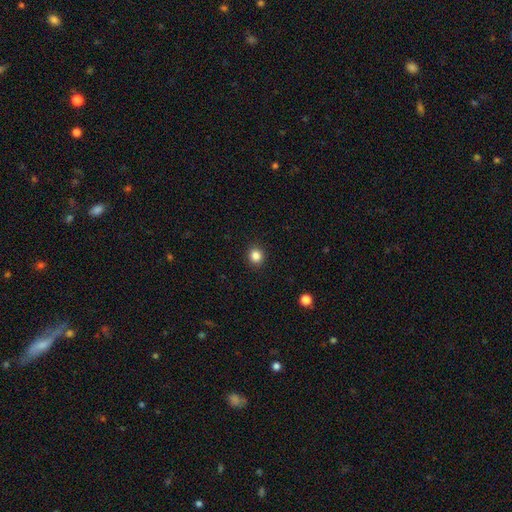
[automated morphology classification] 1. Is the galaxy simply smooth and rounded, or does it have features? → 85% smooth, 11% star or artifact, 4% featured or disk.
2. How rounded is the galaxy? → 86% round, 13% in between, 1% cigar-shaped.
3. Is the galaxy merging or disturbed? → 91% none, 6% minor disturbance, 2% major disturbance, 1% merger.